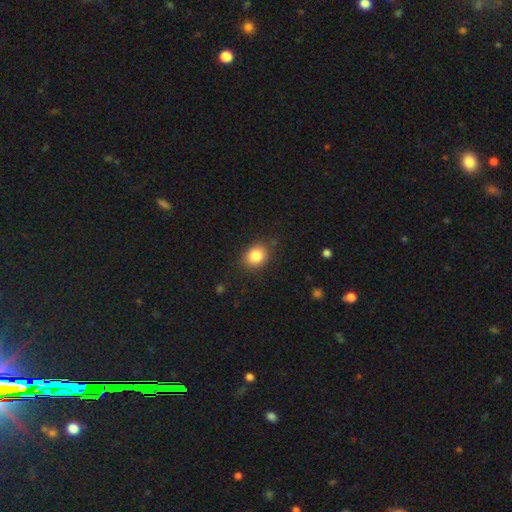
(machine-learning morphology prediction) smooth_or_featured: smooth (p=0.84) [alt: star or artifact p=0.09]
how_rounded: round (p=0.55) [alt: in between p=0.44]
merging: none (p=0.85) [alt: minor disturbance p=0.11]